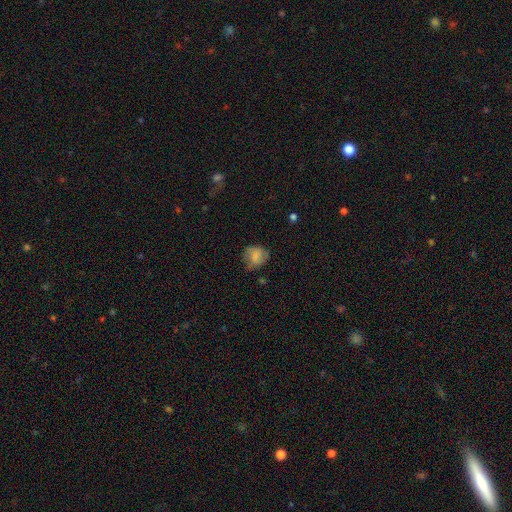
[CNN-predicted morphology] Smooth or featured? Predicted: smooth (p=0.71). How rounded? Predicted: round (p=0.69). Merging? Predicted: none (p=0.58).